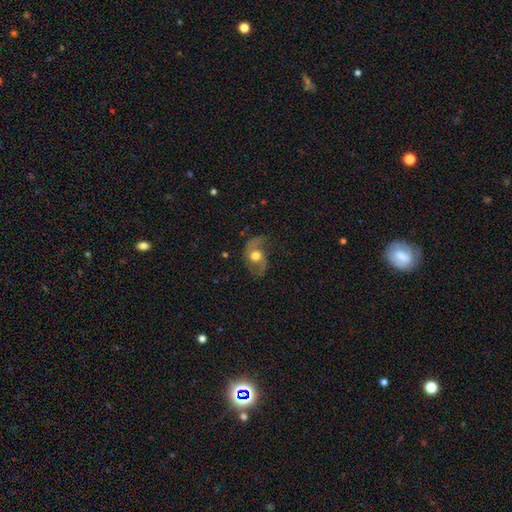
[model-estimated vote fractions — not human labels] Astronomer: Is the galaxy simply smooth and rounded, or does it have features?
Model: featured or disk — 72%.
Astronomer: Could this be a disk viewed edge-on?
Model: no — 96%.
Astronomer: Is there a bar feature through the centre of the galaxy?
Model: no — 70%.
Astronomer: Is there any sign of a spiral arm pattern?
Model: yes — 88%.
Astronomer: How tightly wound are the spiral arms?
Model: loose — 61%.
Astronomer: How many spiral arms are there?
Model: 2 — 91%.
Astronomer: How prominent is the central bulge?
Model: moderate — 64%.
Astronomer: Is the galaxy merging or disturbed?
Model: none — 63%.